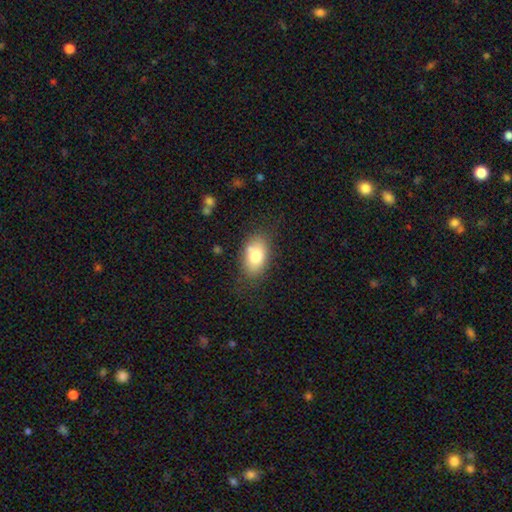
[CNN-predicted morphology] The model was most divided on "merging": none: 72%, minor disturbance: 18%, major disturbance: 6%, merger: 4%. More confident: how rounded — in between (88%); smooth or featured — smooth (78%).